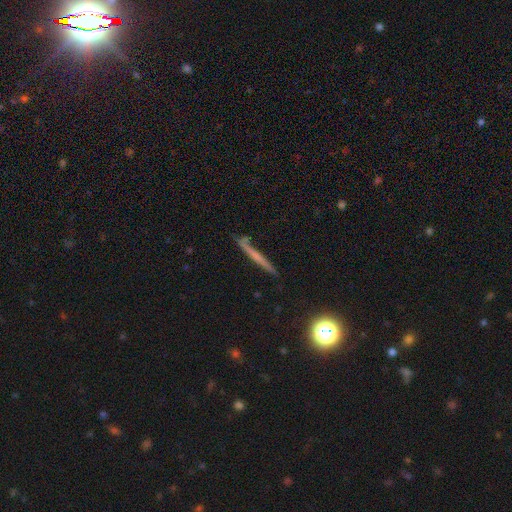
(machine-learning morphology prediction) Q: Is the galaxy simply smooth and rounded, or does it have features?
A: featured or disk — 49%.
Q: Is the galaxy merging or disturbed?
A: none — 76%.